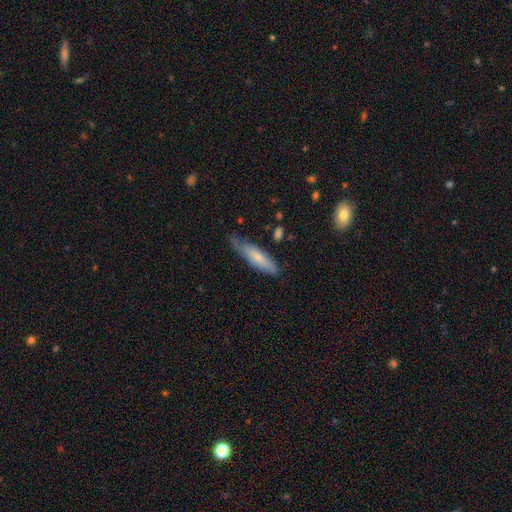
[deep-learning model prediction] Q: Smooth or featured?
A: smooth (63%); runner-up: featured or disk (31%)
Q: How rounded?
A: cigar-shaped (70%); runner-up: in between (28%)
Q: Merging?
A: none (57%); runner-up: minor disturbance (33%)